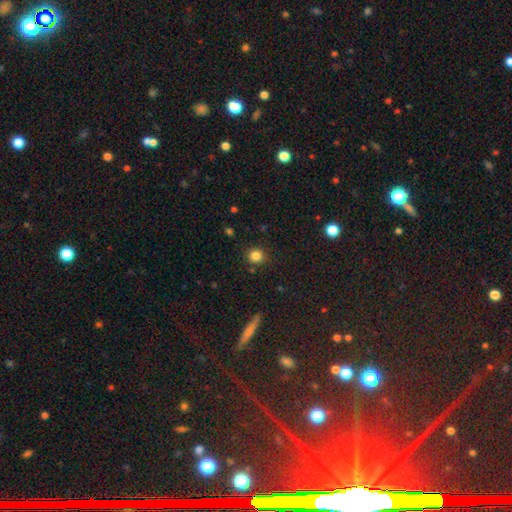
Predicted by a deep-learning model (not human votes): smooth 83%, star or artifact 12%, featured or disk 5%. Down the decision tree: how rounded — round (91%); merging — none (87%).